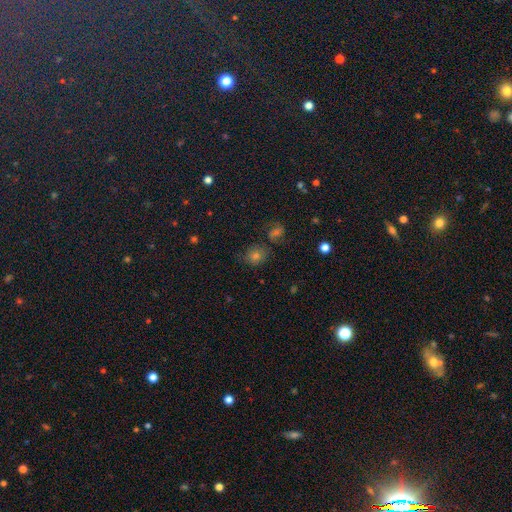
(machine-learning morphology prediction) The model was most divided on "smooth or featured": smooth: 57%, star or artifact: 27%, featured or disk: 16%. More confident: how rounded — round (73%); merging — none (68%).